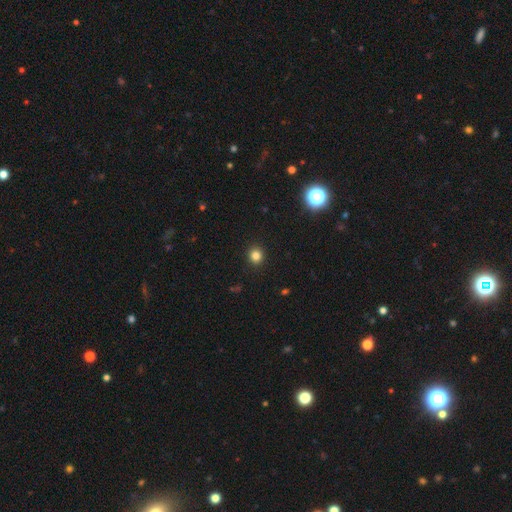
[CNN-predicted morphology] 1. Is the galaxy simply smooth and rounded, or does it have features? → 82% smooth, 13% star or artifact, 5% featured or disk.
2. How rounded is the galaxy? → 87% round, 12% in between, 1% cigar-shaped.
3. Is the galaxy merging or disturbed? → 92% none, 5% minor disturbance, 2% major disturbance, 1% merger.